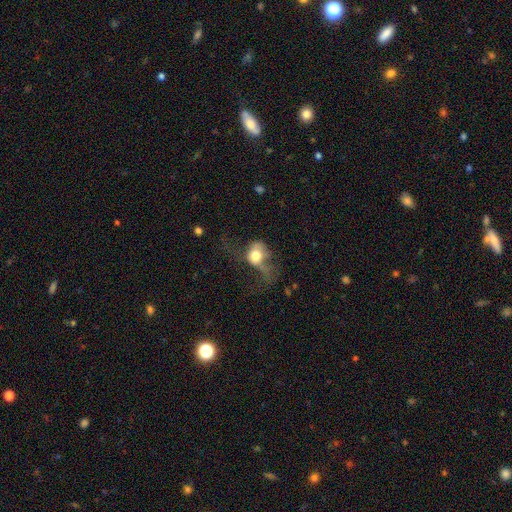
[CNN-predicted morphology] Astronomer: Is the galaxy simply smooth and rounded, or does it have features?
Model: smooth — 62%.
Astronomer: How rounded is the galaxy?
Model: round — 58% (runner-up: in between, 40%).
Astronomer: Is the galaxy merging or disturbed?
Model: major disturbance — 58%.